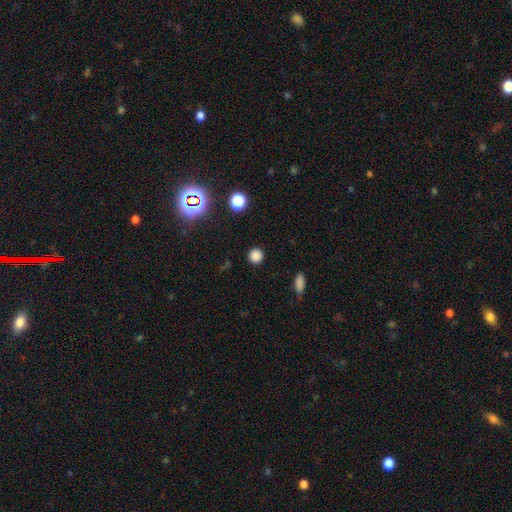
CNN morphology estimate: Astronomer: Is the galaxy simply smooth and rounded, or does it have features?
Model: smooth — 81%.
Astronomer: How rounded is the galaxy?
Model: round — 92%.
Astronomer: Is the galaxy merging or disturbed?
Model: none — 90%.